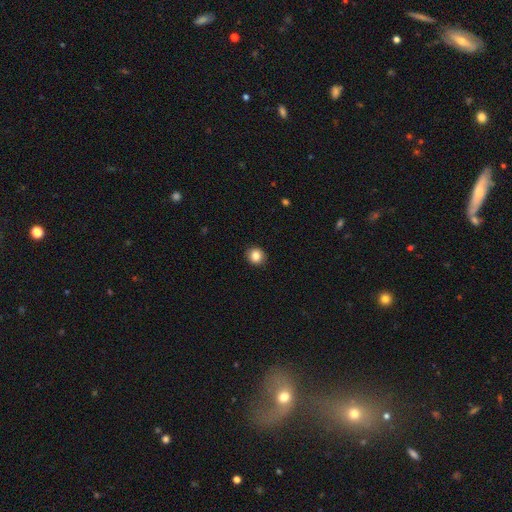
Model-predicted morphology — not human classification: Smooth or featured: smooth — 85% (star or artifact — 10%)
How rounded: round — 85% (in between — 14%)
Merging: none — 92% (minor disturbance — 6%)